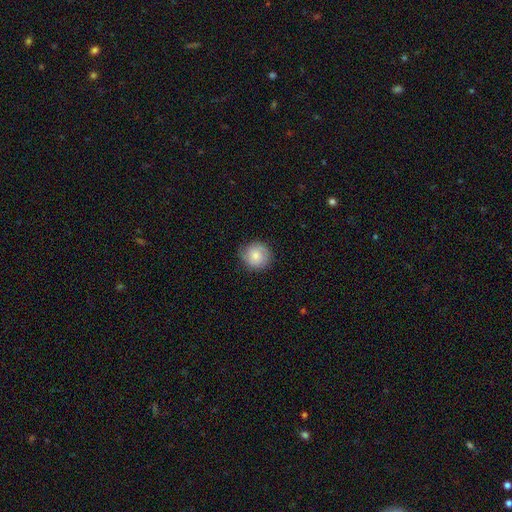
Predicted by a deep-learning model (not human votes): smooth-or-featured: smooth: 73% | featured or disk: 19% | star or artifact: 7%
  how-rounded: round: 92% | in between: 7% | cigar-shaped: 1%
  merging: none: 83% | minor disturbance: 13% | major disturbance: 3% | merger: 1%